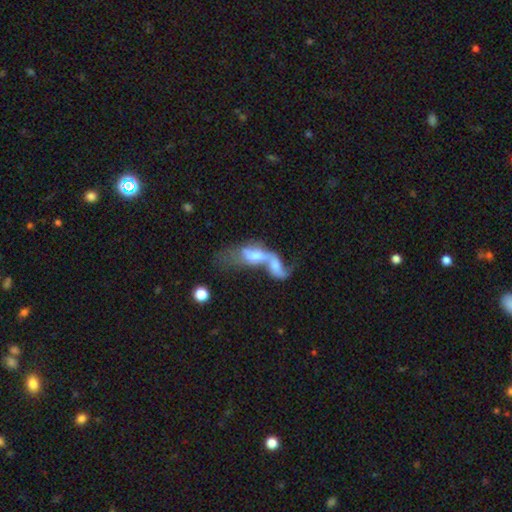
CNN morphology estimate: Smooth or featured? featured or disk (52%)
Edge-on disk? no (91%)
Merging? merger (79%)